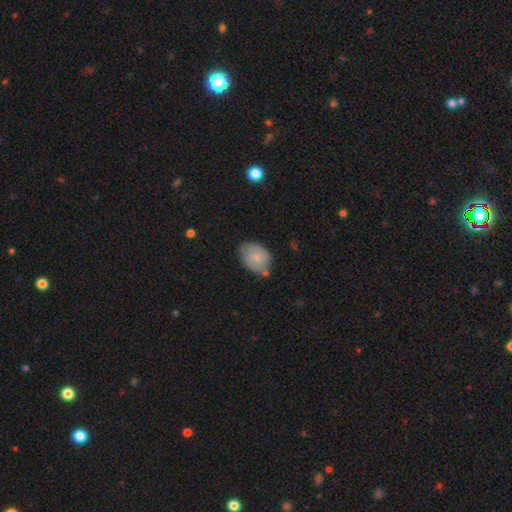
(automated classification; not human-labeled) Morphology: type=smooth (74%); roundness=in between (78%); merging=none (59%).